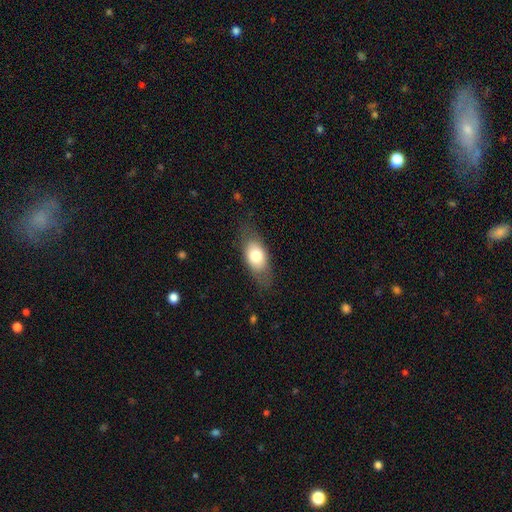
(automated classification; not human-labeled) A smooth galaxy with no disk features (72%) that is in between round and cigar-shaped (85%).

Vote fractions:
- Smooth or featured? smooth: 72% / featured or disk: 21% / star or artifact: 7%
- How rounded? in between: 85% / round: 8% / cigar-shaped: 7%
- Merging? none: 76% / minor disturbance: 17% / major disturbance: 6% / merger: 1%